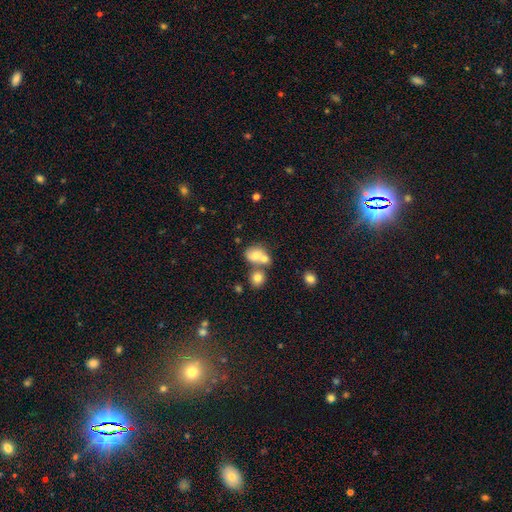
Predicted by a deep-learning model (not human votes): This appears to be a smooth galaxy with no disk features (69%) that is in between round and cigar-shaped (51%). Merging: merger (54%).